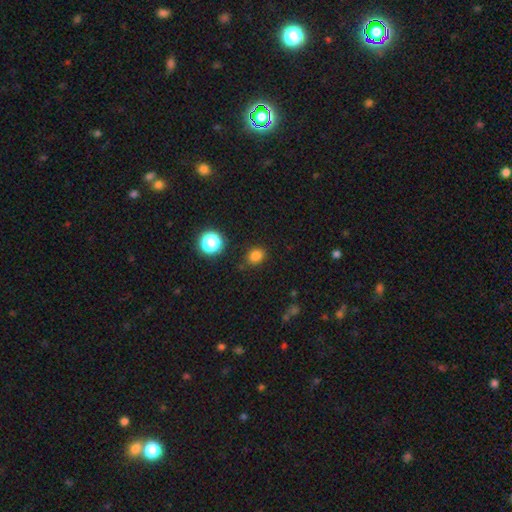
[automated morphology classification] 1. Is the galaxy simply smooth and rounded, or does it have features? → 79% smooth, 16% star or artifact, 5% featured or disk.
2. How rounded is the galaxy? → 68% round, 31% in between, 1% cigar-shaped.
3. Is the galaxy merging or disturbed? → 85% none, 10% minor disturbance, 3% major disturbance, 2% merger.